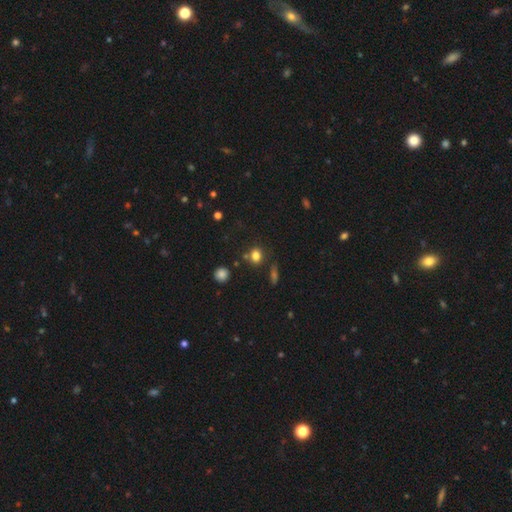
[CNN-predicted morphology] A smooth galaxy with no disk features (78%) that is round (71%).

Vote fractions:
- Smooth or featured? smooth: 78% / star or artifact: 16% / featured or disk: 6%
- How rounded? round: 71% / in between: 28% / cigar-shaped: 1%
- Merging? none: 72% / minor disturbance: 13% / merger: 11% / major disturbance: 4%